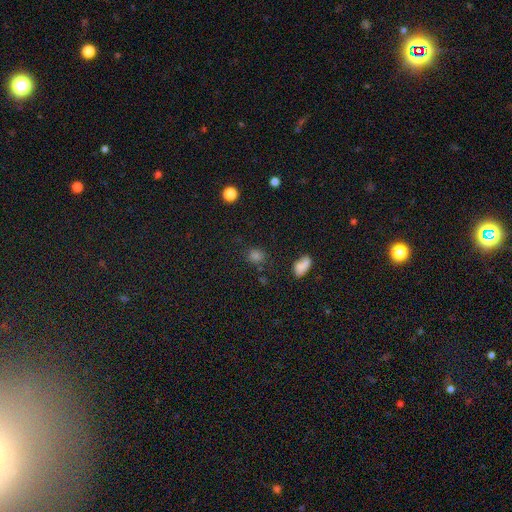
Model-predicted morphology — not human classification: Smooth or featured?
  - smooth: 72% *
  - star or artifact: 22%
  - featured or disk: 5%
How rounded?
  - round: 73% *
  - in between: 25%
  - cigar-shaped: 2%
Merging?
  - none: 79% *
  - minor disturbance: 12%
  - merger: 5%
  - major disturbance: 4%